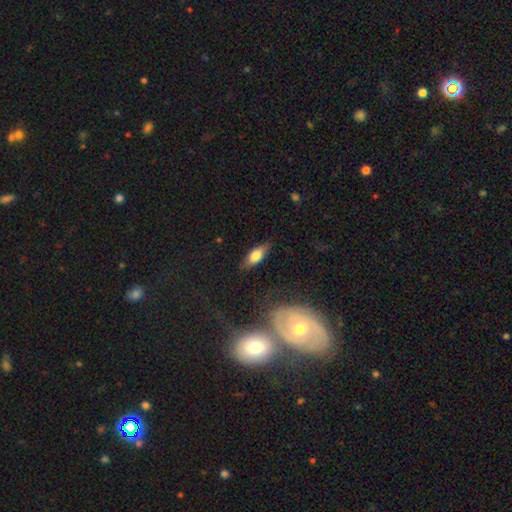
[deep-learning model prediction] Morphology: type=smooth (67%); roundness=in between (73%); merging=none (79%).